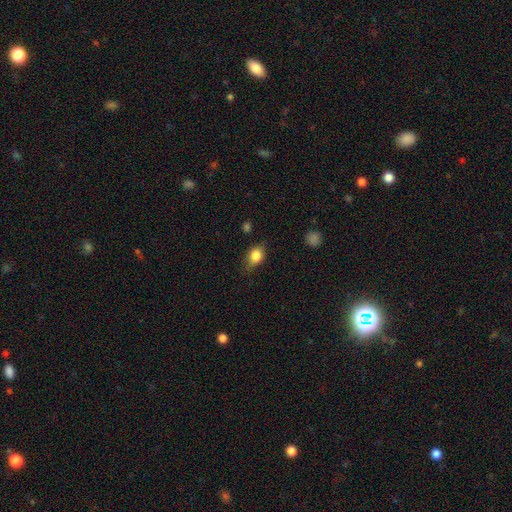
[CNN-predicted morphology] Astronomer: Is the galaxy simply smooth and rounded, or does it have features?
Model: smooth — 79%.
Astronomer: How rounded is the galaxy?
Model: in between — 69%.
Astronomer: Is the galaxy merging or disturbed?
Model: none — 69%.